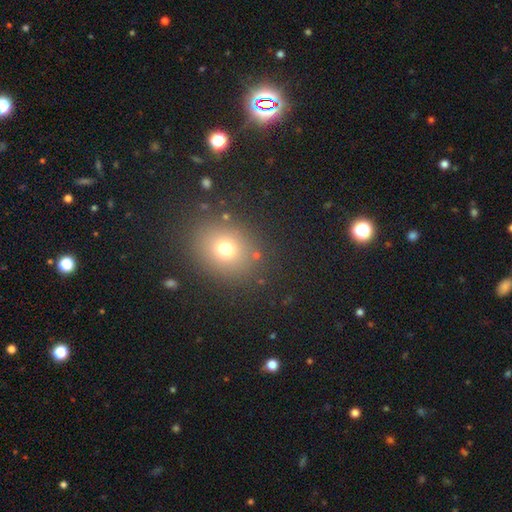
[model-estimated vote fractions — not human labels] Overall: smooth (70%). How rounded: round (66%; in between 32%). Merging: none (86%).